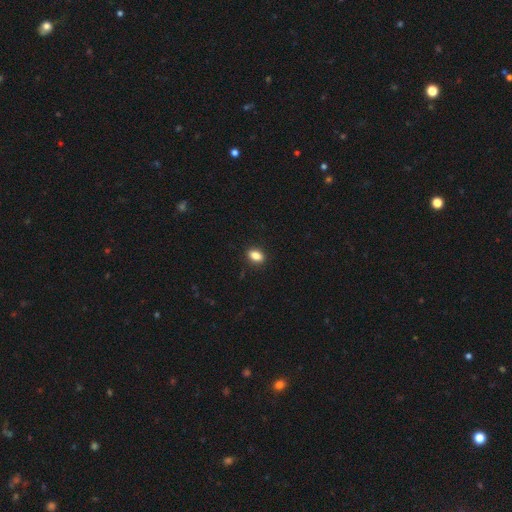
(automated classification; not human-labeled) A smooth galaxy with no disk features (86%) that is in between round and cigar-shaped (84%).

Vote fractions:
- Smooth or featured? smooth: 86% / star or artifact: 9% / featured or disk: 5%
- How rounded? in between: 84% / round: 14% / cigar-shaped: 3%
- Merging? none: 89% / minor disturbance: 8% / major disturbance: 2% / merger: 1%